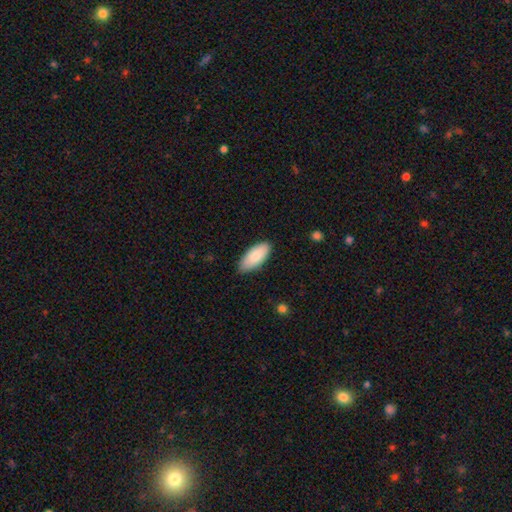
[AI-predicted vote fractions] Overall: smooth (85%). How rounded: in between (89%). Merging: none (82%).